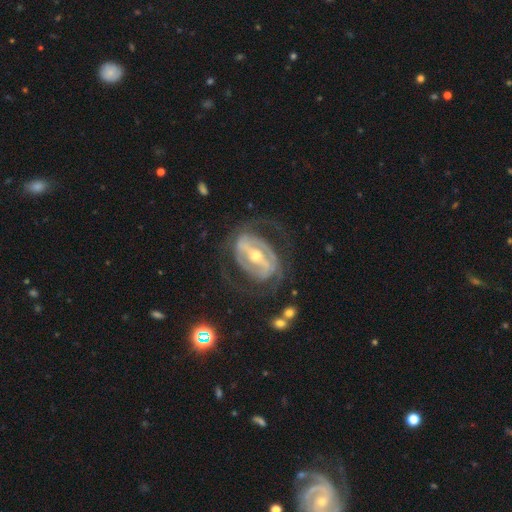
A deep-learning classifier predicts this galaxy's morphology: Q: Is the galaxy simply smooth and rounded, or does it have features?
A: featured or disk — 89%.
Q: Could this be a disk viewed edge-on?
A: no — 95%.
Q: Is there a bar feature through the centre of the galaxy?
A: strong — 70%.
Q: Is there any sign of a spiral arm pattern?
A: yes — 86%.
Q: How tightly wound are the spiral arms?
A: medium — 43%.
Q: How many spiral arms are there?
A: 2 — 70%.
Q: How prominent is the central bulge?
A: moderate — 57%.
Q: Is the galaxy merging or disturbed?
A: none — 66%.